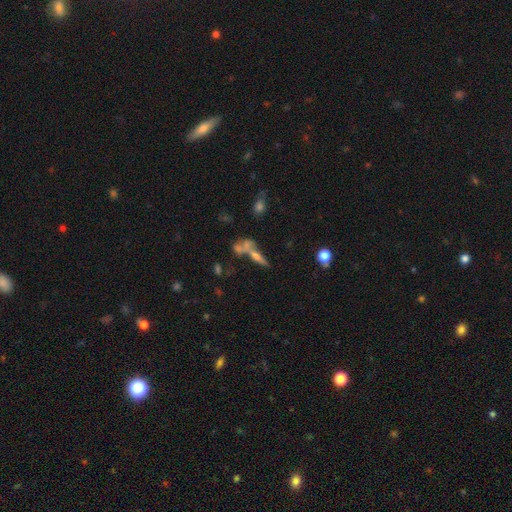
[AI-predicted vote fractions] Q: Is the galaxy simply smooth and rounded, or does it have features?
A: featured or disk — 44%.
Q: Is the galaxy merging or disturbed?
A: none — 39%, tied with merger.